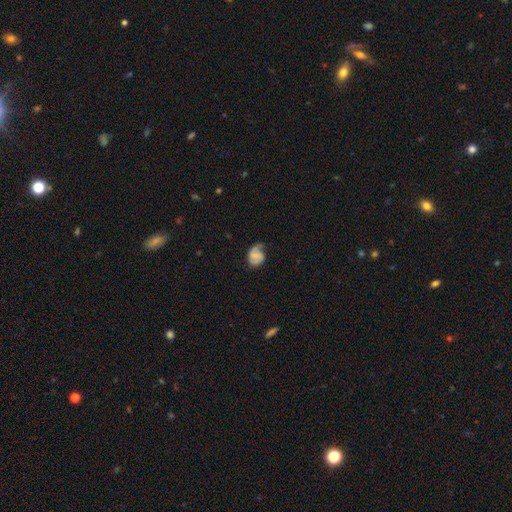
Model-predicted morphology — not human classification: The model was most divided on "bar": no: 46%, weak: 41%, strong: 13%. Remaining: edge-on disk — no (98%); spiral arms — yes (91%); smooth or featured — featured or disk (64%); spiral arm count — 2 (55%); merging — none (49%); bulge size — none (43%); spiral winding — medium (42%).